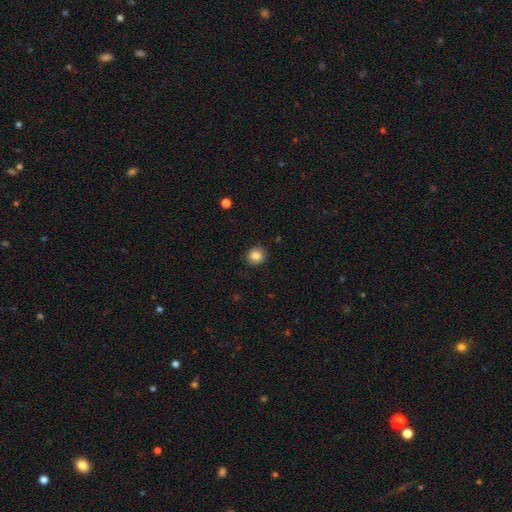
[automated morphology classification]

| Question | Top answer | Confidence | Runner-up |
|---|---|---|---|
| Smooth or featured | smooth | 86% | star or artifact (9%) |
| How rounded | round | 80% | in between (19%) |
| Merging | none | 89% | minor disturbance (8%) |